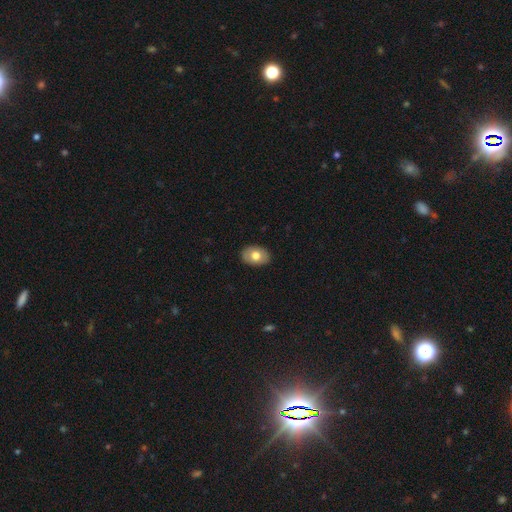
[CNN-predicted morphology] Overall: smooth (74%). How rounded: in between (83%). Merging: none (88%).